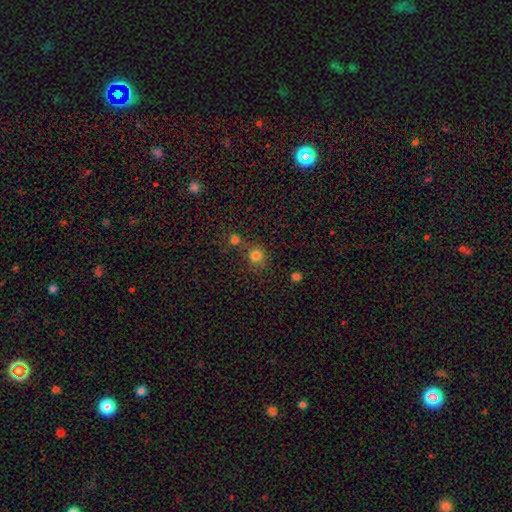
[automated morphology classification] Smooth or featured?
  - smooth: 80% *
  - star or artifact: 15%
  - featured or disk: 6%
How rounded?
  - round: 88% *
  - in between: 11%
  - cigar-shaped: 1%
Merging?
  - none: 63% *
  - merger: 22%
  - minor disturbance: 10%
  - major disturbance: 4%